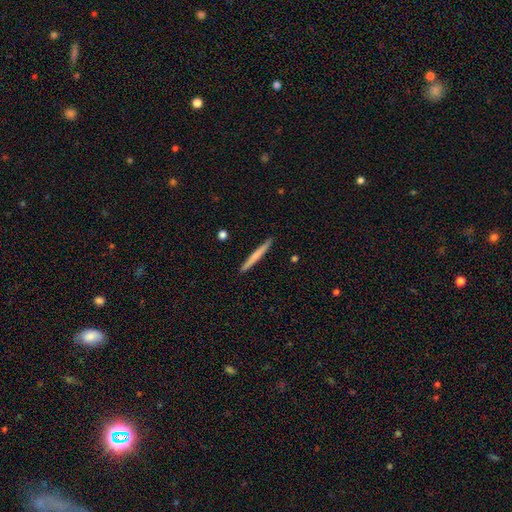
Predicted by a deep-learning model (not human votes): smooth-or-featured: smooth: 64% | featured or disk: 31% | star or artifact: 5%
  how-rounded: cigar-shaped: 97% | in between: 2% | round: 1%
  merging: none: 92% | minor disturbance: 6% | major disturbance: 1% | merger: 1%